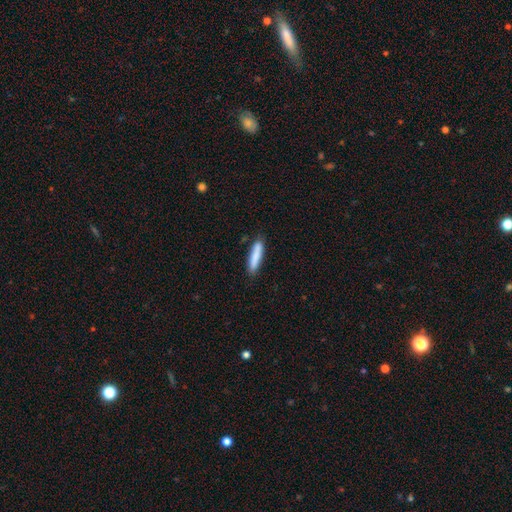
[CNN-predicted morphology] Smooth or featured? Predicted: smooth (p=0.83). How rounded? Predicted: cigar-shaped (p=0.84). Merging? Predicted: none (p=0.84).